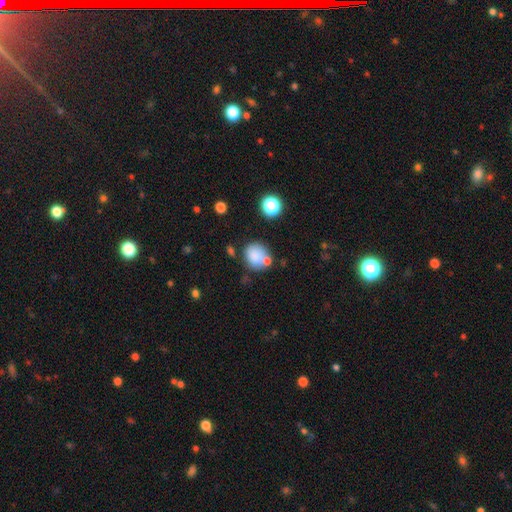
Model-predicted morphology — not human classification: The model was most divided on "merging": none: 63%, merger: 16%, minor disturbance: 15%, major disturbance: 6%. More confident: smooth or featured — smooth (81%); how rounded — round (80%).